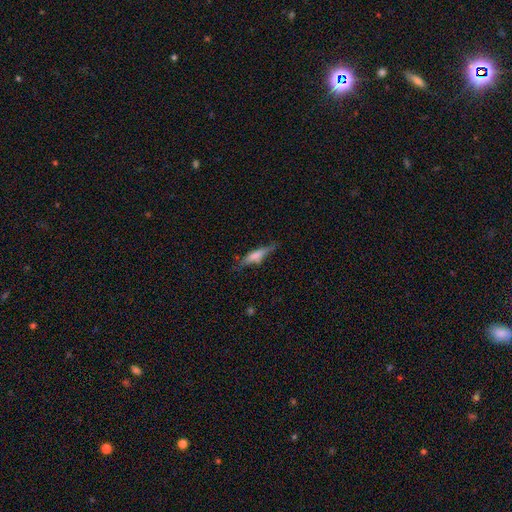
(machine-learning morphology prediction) Smooth or featured? Predicted: smooth (p=0.54). How rounded? Predicted: cigar-shaped (p=0.81). Merging? Predicted: none (p=0.72).